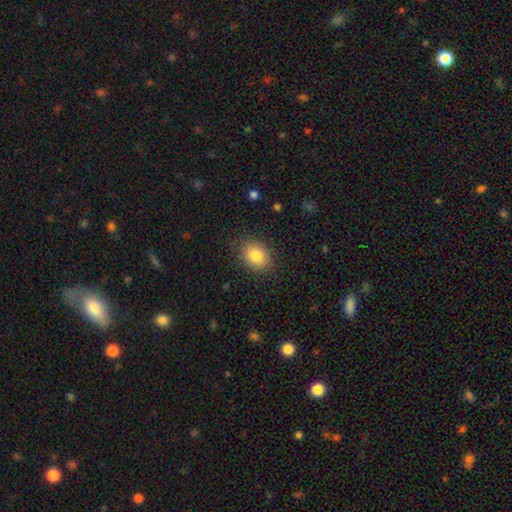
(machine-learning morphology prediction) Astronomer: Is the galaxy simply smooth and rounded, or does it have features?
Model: smooth — 84%.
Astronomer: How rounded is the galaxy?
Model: in between — 70%.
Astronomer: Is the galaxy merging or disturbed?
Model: none — 85%.